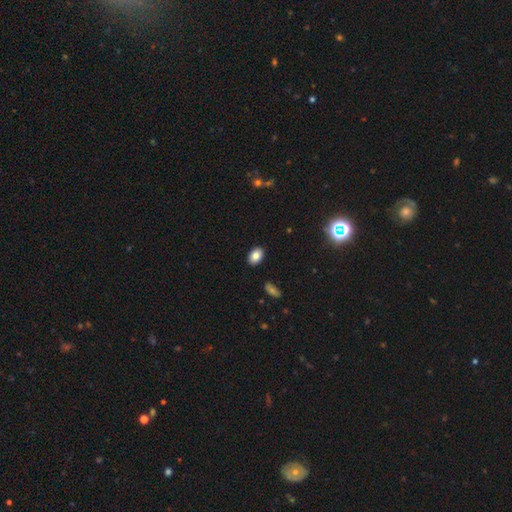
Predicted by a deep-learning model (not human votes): This appears to be a smooth galaxy with no disk features (84%) that is in between round and cigar-shaped (84%). Merging: none (89%).